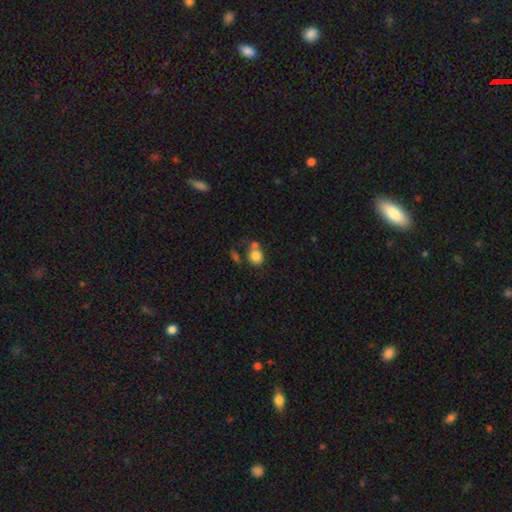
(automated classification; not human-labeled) Smooth or featured? Predicted: smooth (p=0.82). How rounded? Predicted: round (p=0.74). Merging? Predicted: none (p=0.50).